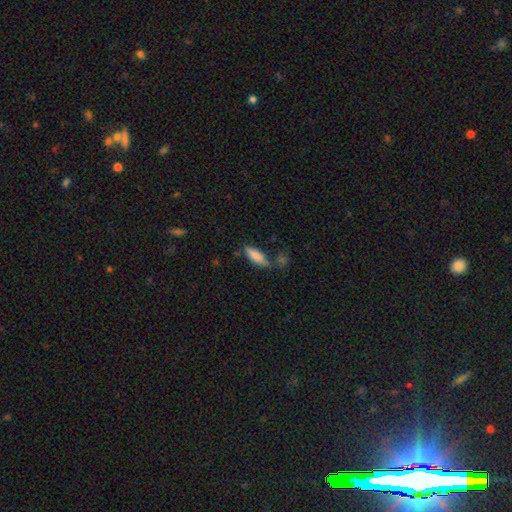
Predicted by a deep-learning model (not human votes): Q: Smooth or featured?
A: smooth (83%); runner-up: featured or disk (10%)
Q: How rounded?
A: in between (58%); runner-up: cigar-shaped (40%)
Q: Merging?
A: none (60%); runner-up: minor disturbance (21%)